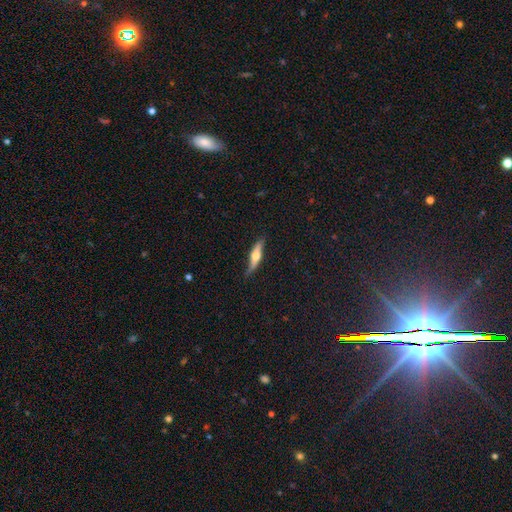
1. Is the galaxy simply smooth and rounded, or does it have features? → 54% featured or disk, 44% smooth, 3% star or artifact.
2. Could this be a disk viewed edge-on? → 62% yes, 38% no.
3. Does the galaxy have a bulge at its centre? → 100% rounded, 0% boxy, 0% none.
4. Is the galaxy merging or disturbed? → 50% minor disturbance, 42% none, 5% major disturbance, 3% merger.